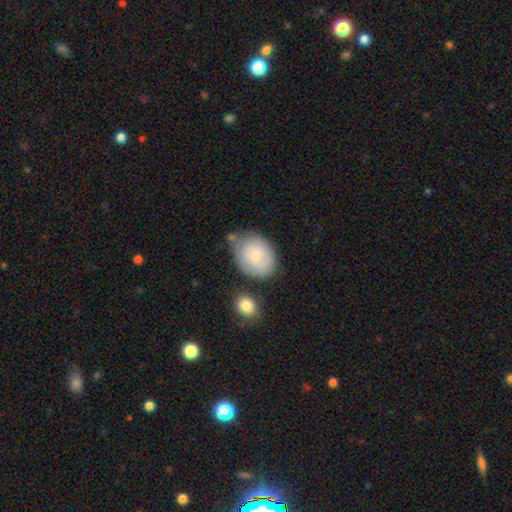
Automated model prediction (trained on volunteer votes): This is likely a smooth galaxy (65%). How rounded: likely in between (63%). Merging: possibly none (54%).